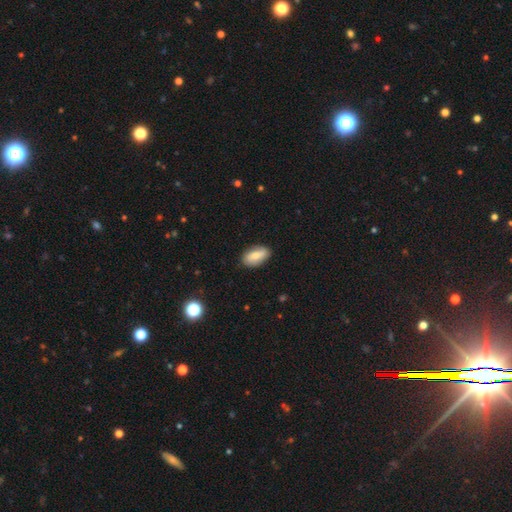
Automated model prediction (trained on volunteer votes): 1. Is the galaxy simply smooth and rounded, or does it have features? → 75% smooth, 18% featured or disk, 7% star or artifact.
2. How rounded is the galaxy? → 91% in between, 5% cigar-shaped, 3% round.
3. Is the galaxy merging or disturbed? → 85% none, 12% minor disturbance, 2% major disturbance, 1% merger.